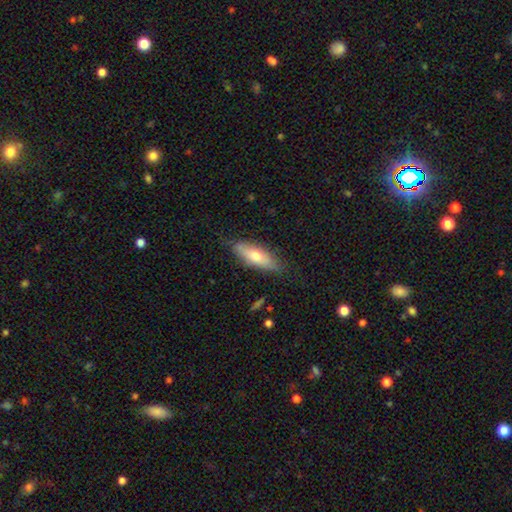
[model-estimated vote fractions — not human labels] A smooth galaxy with no disk features (61%) that is in between round and cigar-shaped (55%).

Vote fractions:
- Smooth or featured? smooth: 61% / featured or disk: 33% / star or artifact: 6%
- How rounded? in between: 55% / cigar-shaped: 43% / round: 2%
- Merging? none: 77% / minor disturbance: 18% / major disturbance: 3% / merger: 1%